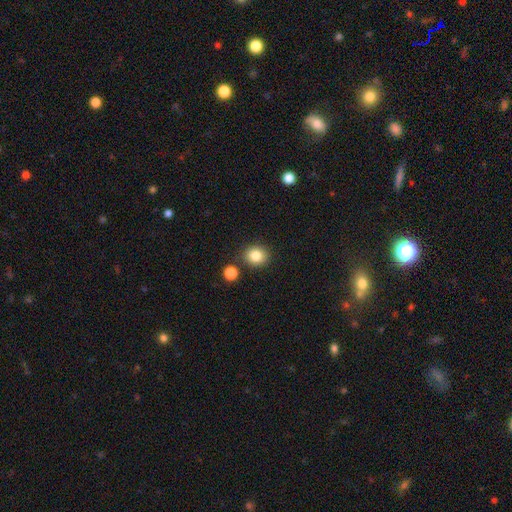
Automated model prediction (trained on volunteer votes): smooth_or_featured: smooth (p=0.84) [alt: star or artifact p=0.10]
how_rounded: round (p=0.79) [alt: in between p=0.20]
merging: none (p=0.85) [alt: minor disturbance p=0.08]